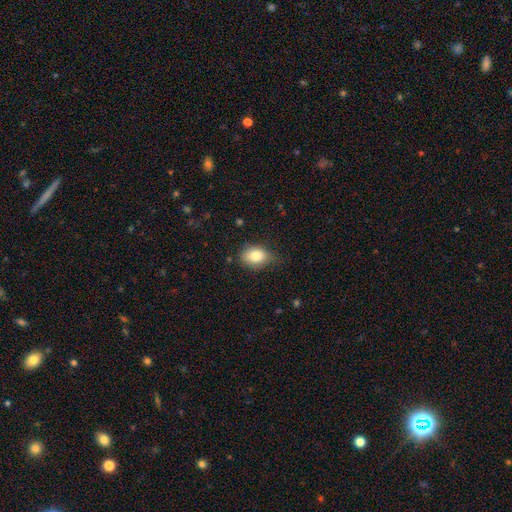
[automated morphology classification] smooth 82%, featured or disk 10%, star or artifact 9%. Down the decision tree: how rounded — in between (74%); merging — none (61%).